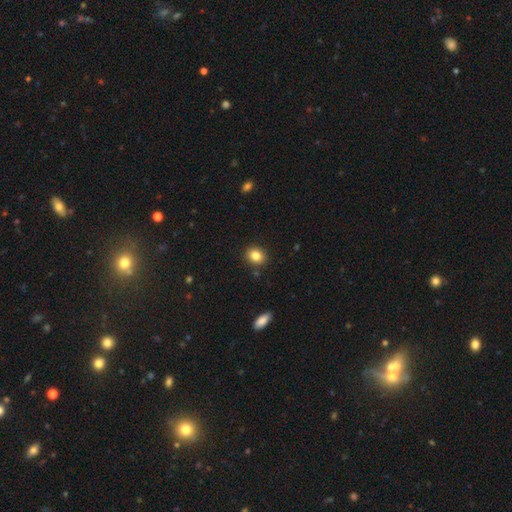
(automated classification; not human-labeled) Morphology: type=smooth (83%); roundness=round (60%); merging=none (88%).